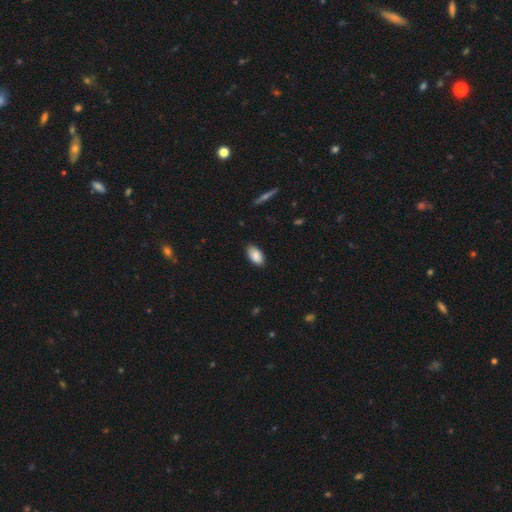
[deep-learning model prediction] This appears to be a smooth galaxy with no disk features (88%) that is in between round and cigar-shaped (94%). Merging: none (85%).